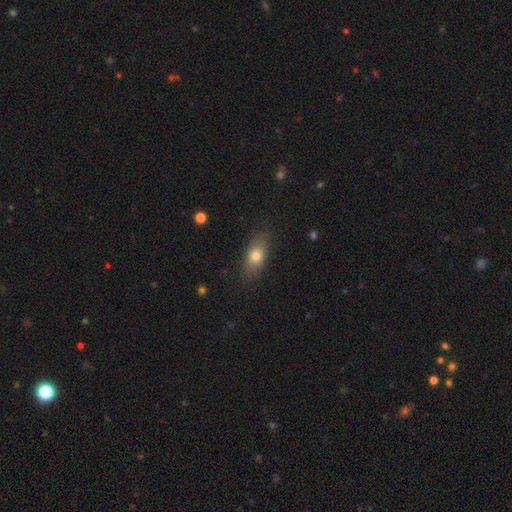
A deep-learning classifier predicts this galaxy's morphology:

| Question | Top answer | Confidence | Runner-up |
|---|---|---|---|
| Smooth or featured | smooth | 76% | featured or disk (15%) |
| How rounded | in between | 78% | cigar-shaped (12%) |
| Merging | none | 83% | minor disturbance (12%) |